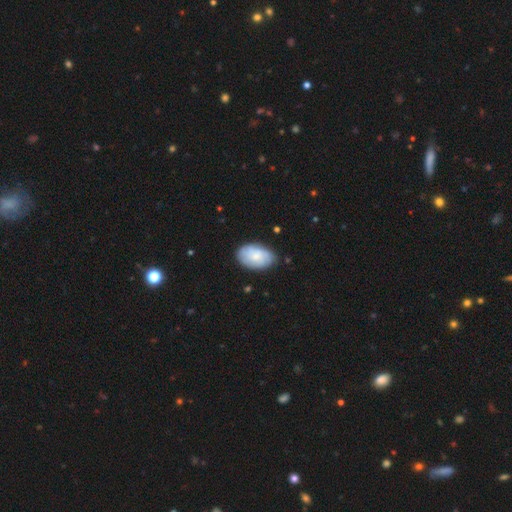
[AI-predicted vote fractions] Smooth or featured? Predicted: smooth (p=0.66). How rounded? Predicted: in between (p=0.92). Merging? Predicted: none (p=0.74).